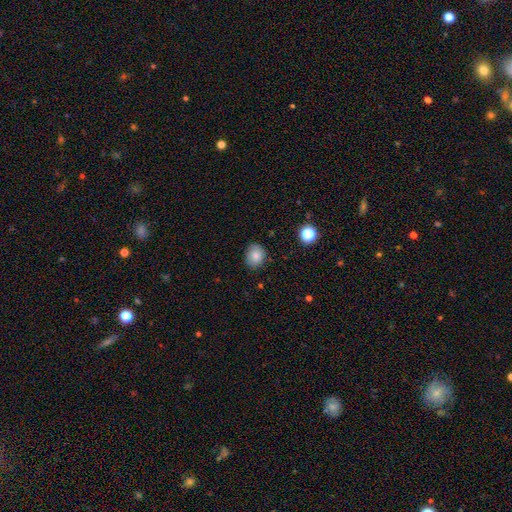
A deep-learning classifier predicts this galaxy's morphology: This appears to be a smooth galaxy with no disk features (82%) that is round (63%). Merging: none (81%).